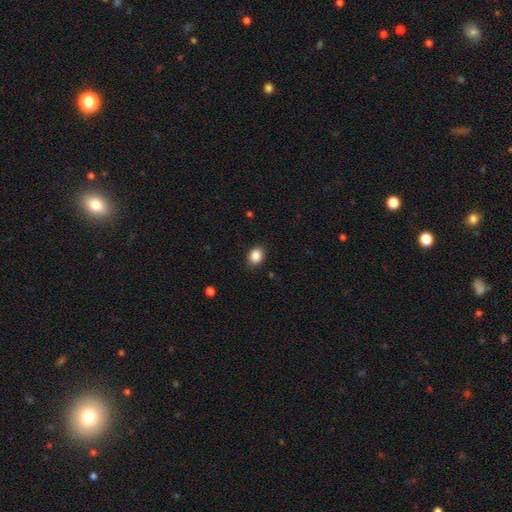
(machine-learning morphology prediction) This is clearly a smooth galaxy (88%). How rounded: likely in between (64%). Merging: clearly none (88%).